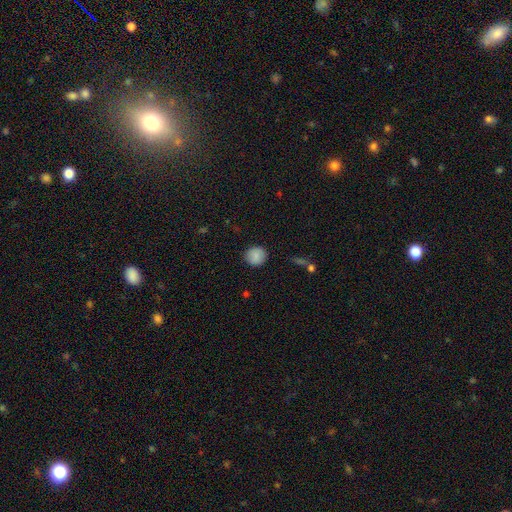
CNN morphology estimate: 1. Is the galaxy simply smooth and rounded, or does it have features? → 86% smooth, 8% star or artifact, 6% featured or disk.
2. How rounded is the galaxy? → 91% round, 8% in between, 1% cigar-shaped.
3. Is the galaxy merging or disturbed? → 89% none, 7% minor disturbance, 2% major disturbance, 1% merger.